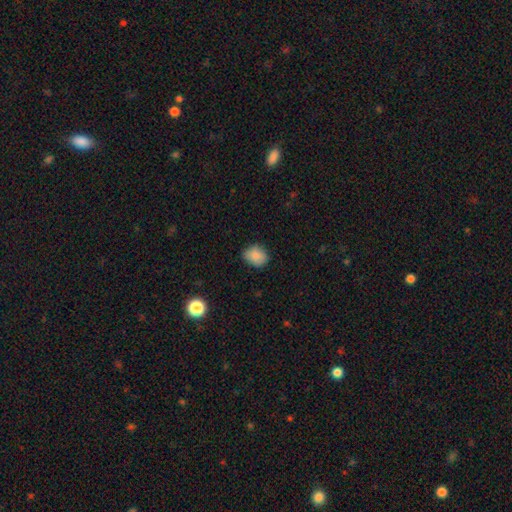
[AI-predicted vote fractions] Overall: smooth (86%). How rounded: round (54%; in between 45%). Merging: none (77%).